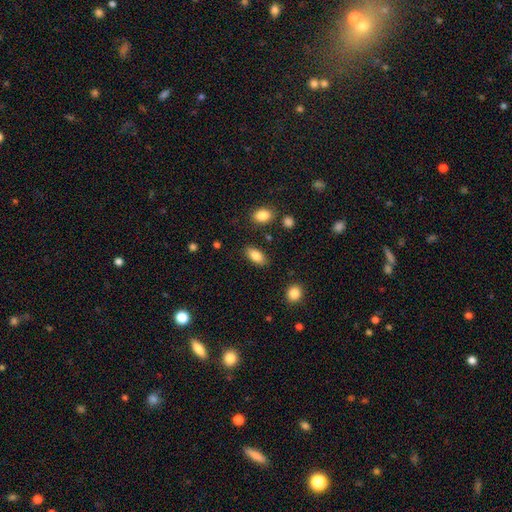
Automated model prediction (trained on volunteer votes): smooth_or_featured: smooth (p=0.84) [alt: featured or disk p=0.08]
how_rounded: in between (p=0.90) [alt: cigar-shaped p=0.07]
merging: none (p=0.85) [alt: minor disturbance p=0.10]